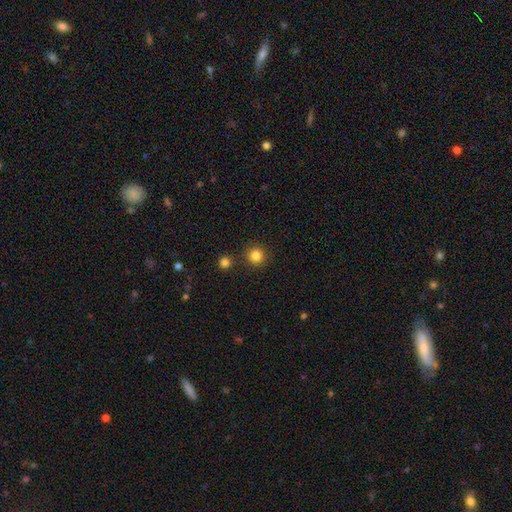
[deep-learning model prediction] Smooth or featured?
  - smooth: 83% *
  - star or artifact: 12%
  - featured or disk: 4%
How rounded?
  - round: 95% *
  - in between: 4%
  - cigar-shaped: 1%
Merging?
  - none: 86% *
  - minor disturbance: 6%
  - merger: 5%
  - major disturbance: 2%